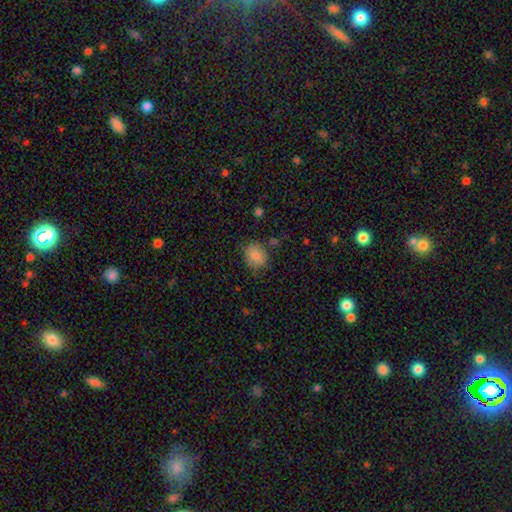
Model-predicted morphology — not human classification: A smooth galaxy with no disk features (83%) that is round (62%).

Vote fractions:
- Smooth or featured? smooth: 83% / star or artifact: 9% / featured or disk: 8%
- How rounded? round: 62% / in between: 37% / cigar-shaped: 1%
- Merging? none: 74% / minor disturbance: 18% / major disturbance: 5% / merger: 3%